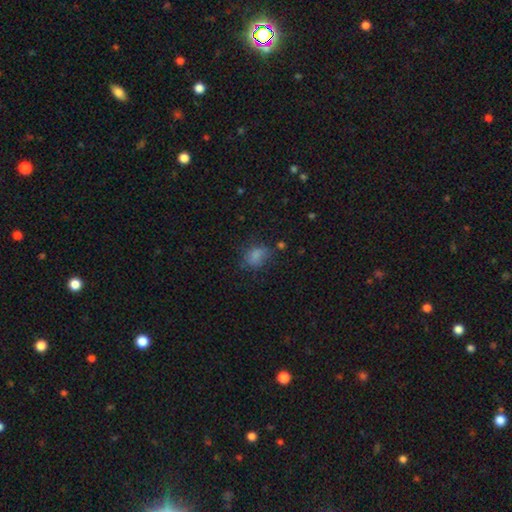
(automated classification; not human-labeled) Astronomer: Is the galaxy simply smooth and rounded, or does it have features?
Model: smooth — 75%.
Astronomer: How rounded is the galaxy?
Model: in between — 59% (runner-up: round, 40%).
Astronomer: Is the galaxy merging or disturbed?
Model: none — 55%.